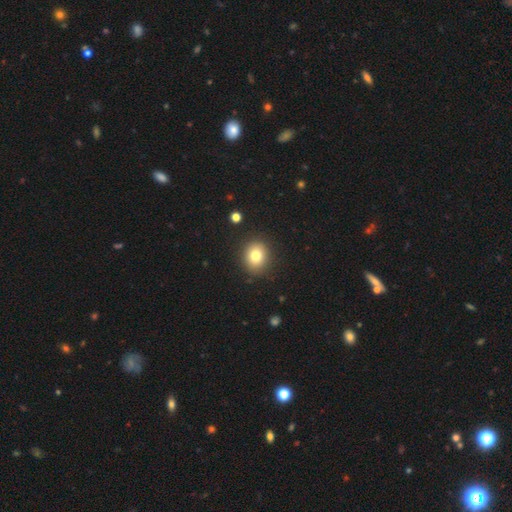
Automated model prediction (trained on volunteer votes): This appears to be a smooth galaxy with no disk features (79%) that is round (73%). Merging: none (88%).